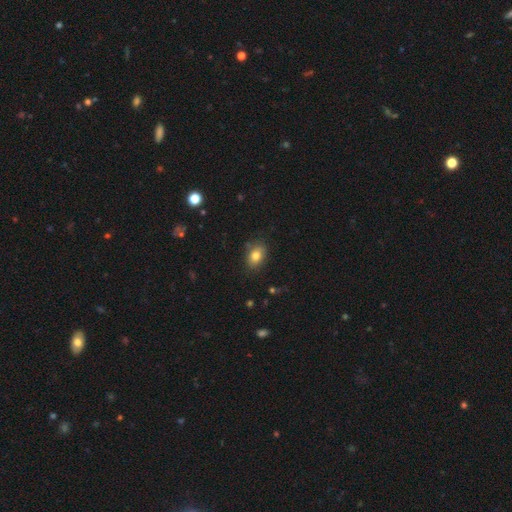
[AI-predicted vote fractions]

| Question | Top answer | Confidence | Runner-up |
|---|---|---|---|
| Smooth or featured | smooth | 80% | featured or disk (10%) |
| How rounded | in between | 76% | round (23%) |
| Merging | none | 81% | minor disturbance (14%) |